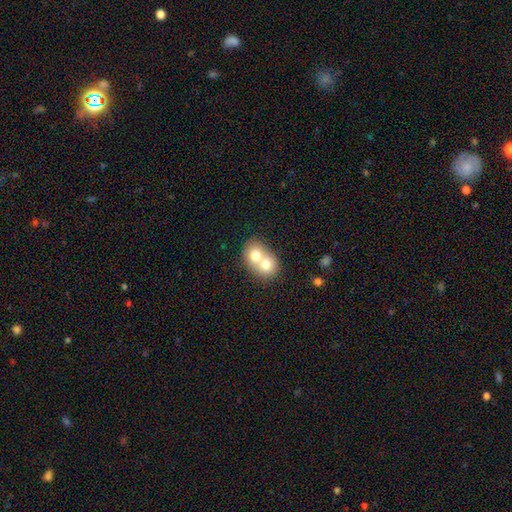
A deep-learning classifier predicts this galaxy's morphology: Smooth or featured? Predicted: smooth (p=0.68). How rounded? Predicted: round (p=0.61). Merging? Predicted: merger (p=0.77).